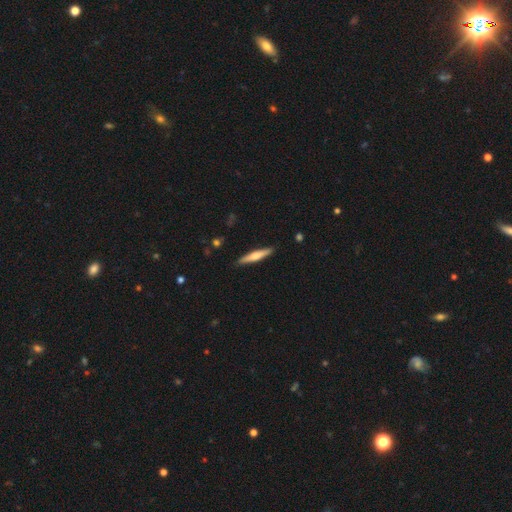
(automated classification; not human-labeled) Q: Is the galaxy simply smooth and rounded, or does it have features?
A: featured or disk — 49%.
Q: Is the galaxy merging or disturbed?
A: none — 90%.